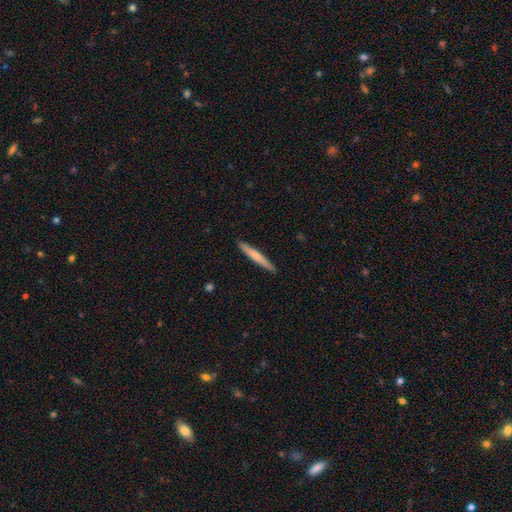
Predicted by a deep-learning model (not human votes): smooth_or_featured: smooth (p=0.65) [alt: featured or disk p=0.30]
how_rounded: cigar-shaped (p=0.96) [alt: in between p=0.03]
merging: none (p=0.91) [alt: minor disturbance p=0.07]